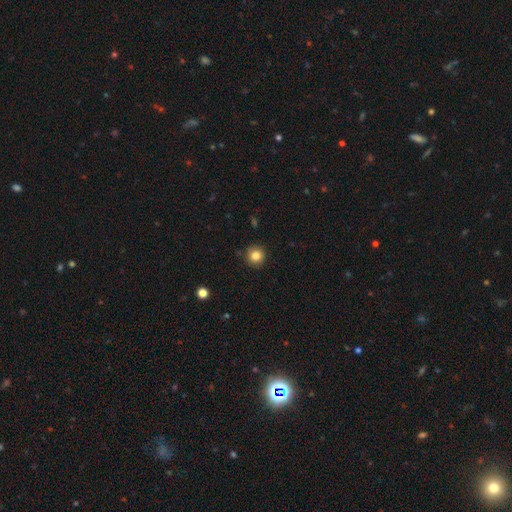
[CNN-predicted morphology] Smooth or featured? smooth (84%)
How rounded? round (93%)
Merging? none (89%)